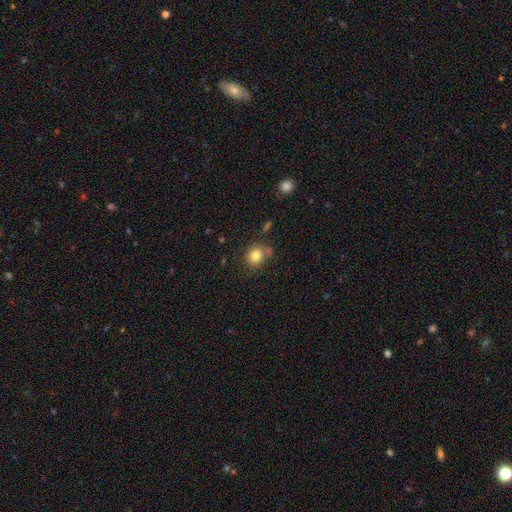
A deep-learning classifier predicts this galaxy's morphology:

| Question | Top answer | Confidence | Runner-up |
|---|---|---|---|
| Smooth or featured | smooth | 81% | star or artifact (11%) |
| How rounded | round | 79% | in between (20%) |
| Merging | none | 71% | minor disturbance (15%) |